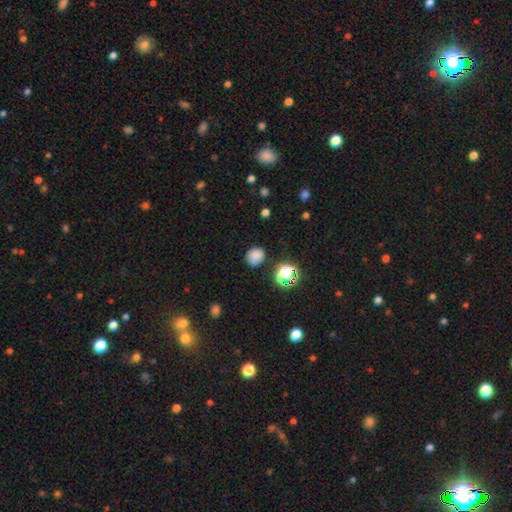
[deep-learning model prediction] Q: Smooth or featured?
A: smooth (78%); runner-up: star or artifact (15%)
Q: How rounded?
A: round (74%); runner-up: in between (25%)
Q: Merging?
A: none (74%); runner-up: minor disturbance (18%)